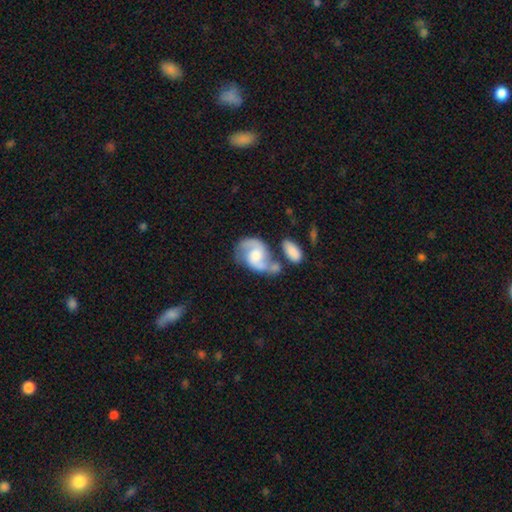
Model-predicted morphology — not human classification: This is likely a featured or disk galaxy (78%). It is clearly not viewed edge-on (97%). Bar: possibly no (51%). Spiral arm pattern: clearly yes (93%). Spiral arm count: clearly 2 (88%). Spiral winding: possibly medium (50%). Central bulge: possibly moderate (48%). Merging: marginally none (37%).